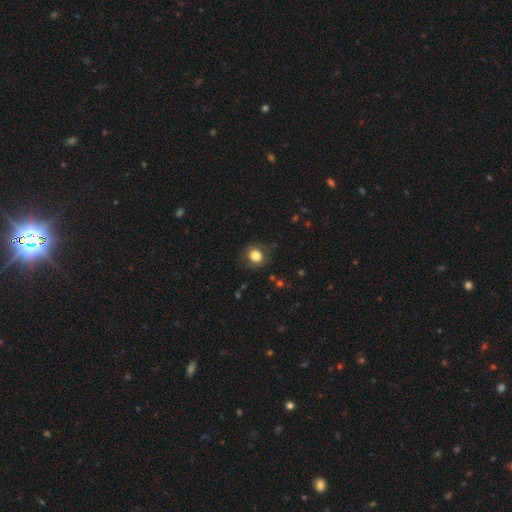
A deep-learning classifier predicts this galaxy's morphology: Smooth or featured? Predicted: smooth (p=0.79). How rounded? Predicted: round (p=0.82). Merging? Predicted: none (p=0.80).